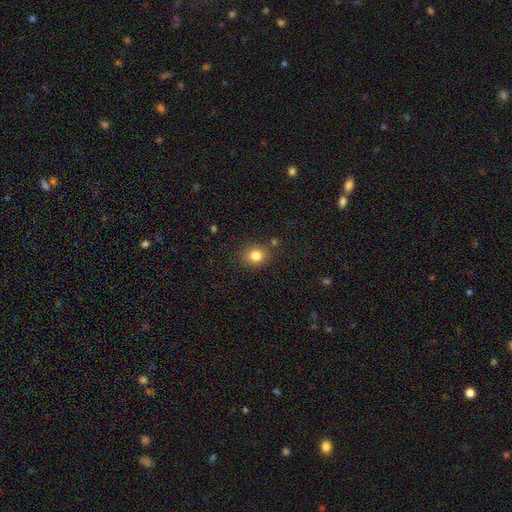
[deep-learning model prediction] This is clearly a smooth galaxy (82%). How rounded: likely round (70%). Merging: clearly none (81%).